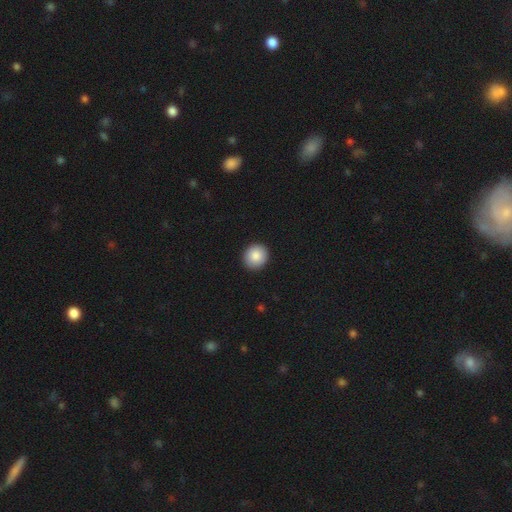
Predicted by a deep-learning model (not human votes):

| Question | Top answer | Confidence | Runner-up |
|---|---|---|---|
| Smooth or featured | smooth | 87% | star or artifact (8%) |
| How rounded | round | 87% | in between (12%) |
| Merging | none | 92% | minor disturbance (5%) |